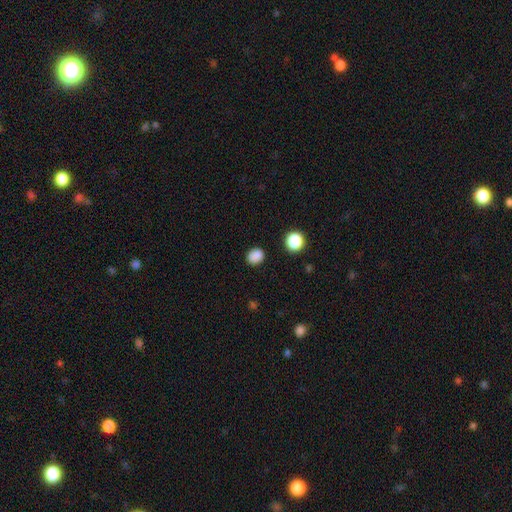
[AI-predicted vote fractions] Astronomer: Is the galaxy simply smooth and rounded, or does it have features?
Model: smooth — 85%.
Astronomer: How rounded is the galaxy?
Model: round — 53% (runner-up: in between, 47%).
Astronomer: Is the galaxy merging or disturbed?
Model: none — 86%.